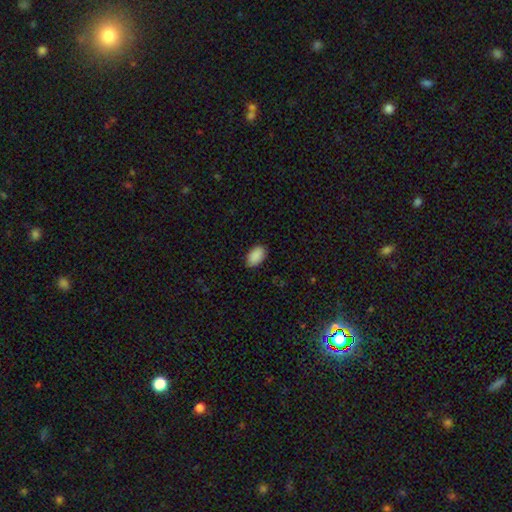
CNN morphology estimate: The model was most divided on "merging": none: 88%, minor disturbance: 9%, major disturbance: 2%, merger: 1%. More confident: how rounded — in between (94%); smooth or featured — smooth (91%).